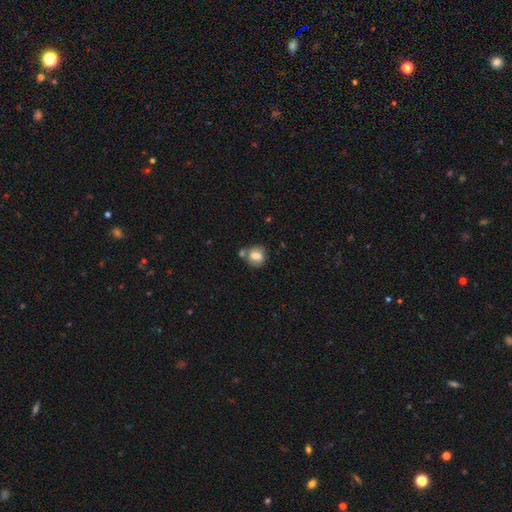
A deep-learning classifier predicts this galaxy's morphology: smooth 74%, featured or disk 17%, star or artifact 9%. Down the decision tree: how rounded — round (61%); merging — none (50%).